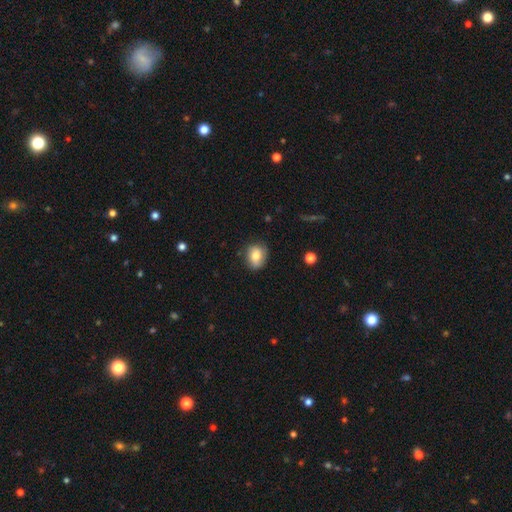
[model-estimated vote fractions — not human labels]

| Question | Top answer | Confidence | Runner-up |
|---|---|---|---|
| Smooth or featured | smooth | 74% | featured or disk (17%) |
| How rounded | round | 50% | in between (49%) |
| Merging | none | 72% | minor disturbance (22%) |